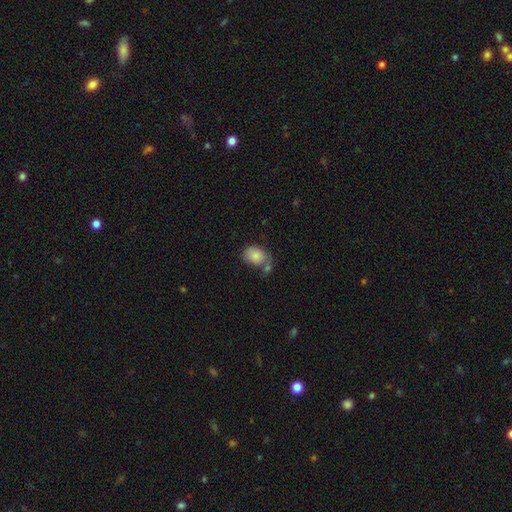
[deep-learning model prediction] smooth 82%, featured or disk 10%, star or artifact 7%. Down the decision tree: how rounded — in between (65%); merging — none (42%).